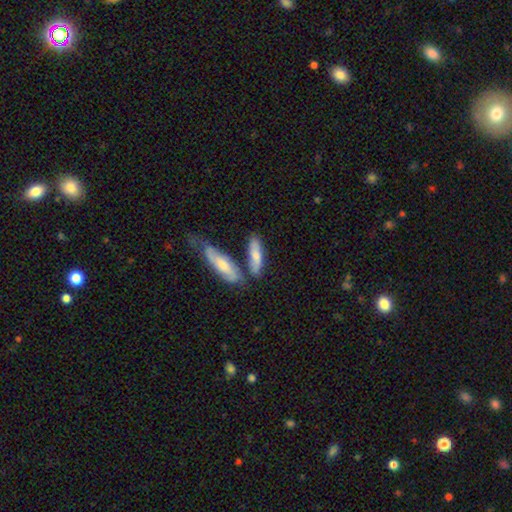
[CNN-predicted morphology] smooth_or_featured: smooth (p=0.64) [alt: featured or disk p=0.30]
how_rounded: cigar-shaped (p=0.52) [alt: in between p=0.45]
merging: none (p=0.52) [alt: merger p=0.27]